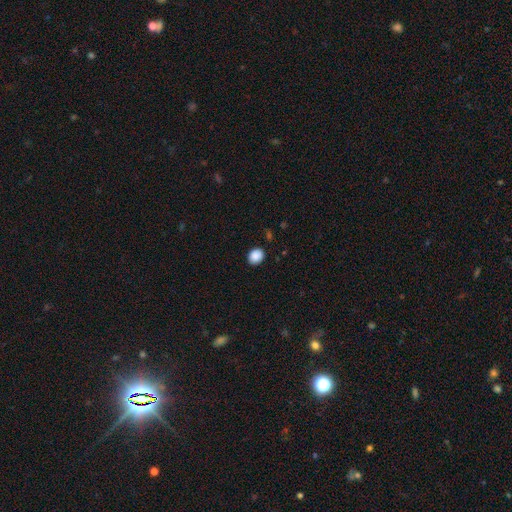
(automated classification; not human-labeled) Overall: smooth (89%). How rounded: round (62%; in between 37%). Merging: none (90%).